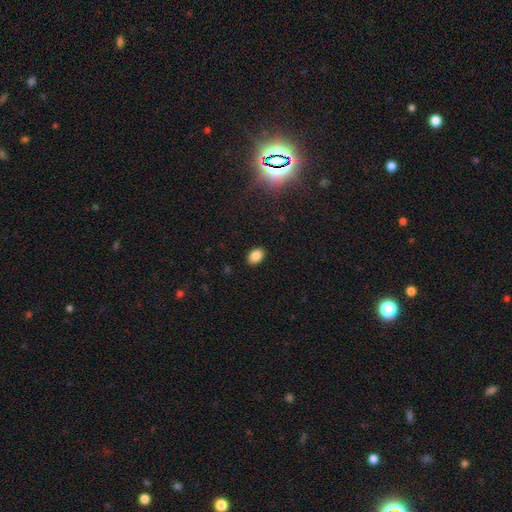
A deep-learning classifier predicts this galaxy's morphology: This is clearly a smooth galaxy (85%). How rounded: clearly in between (81%). Merging: clearly none (89%).